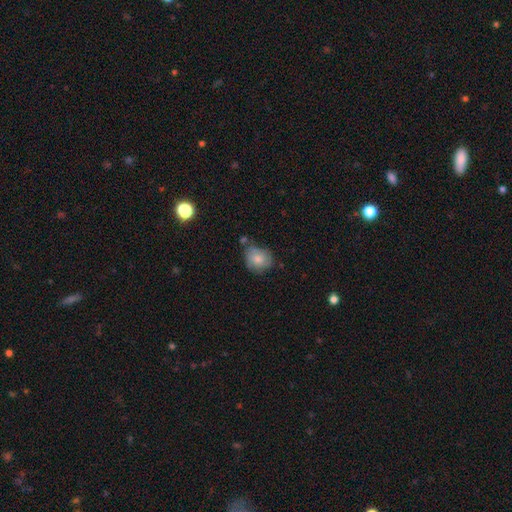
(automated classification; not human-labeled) This appears to be a smooth galaxy with no disk features (63%) that is round (74%). Merging: none (67%).